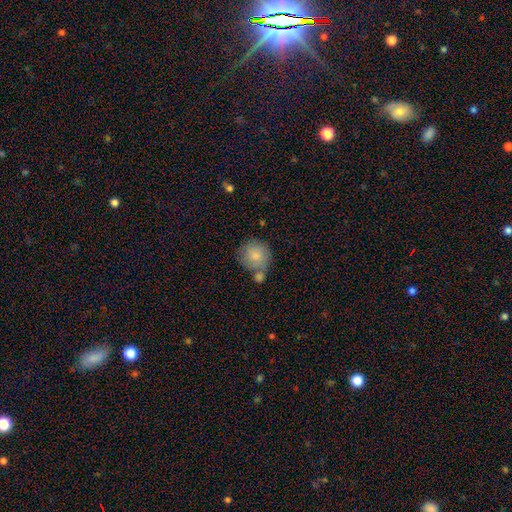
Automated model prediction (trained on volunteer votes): smooth-or-featured: smooth: 79% | featured or disk: 14% | star or artifact: 7%
  how-rounded: round: 88% | in between: 11% | cigar-shaped: 1%
  merging: none: 54% | merger: 24% | minor disturbance: 17% | major disturbance: 5%